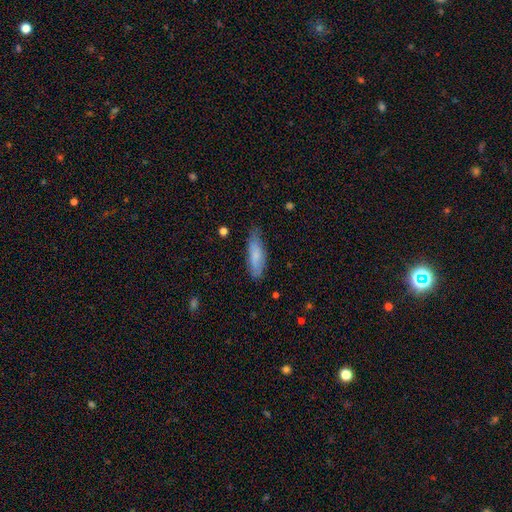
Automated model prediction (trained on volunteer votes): smooth 77%, featured or disk 17%, star or artifact 6%. Down the decision tree: how rounded — cigar-shaped (51%); merging — none (72%).